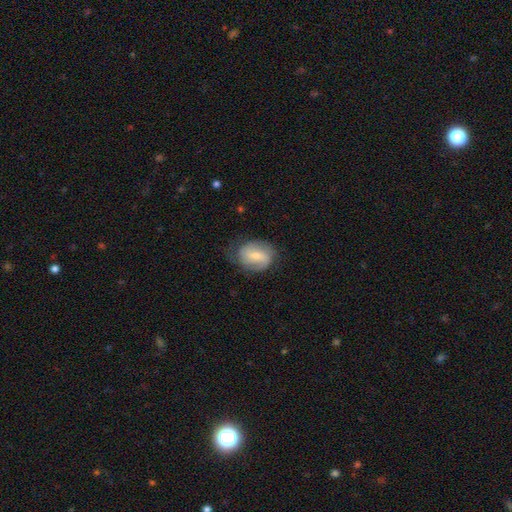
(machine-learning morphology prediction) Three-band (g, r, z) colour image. It shows a featured or disk galaxy (52%). Merging: none (63%).